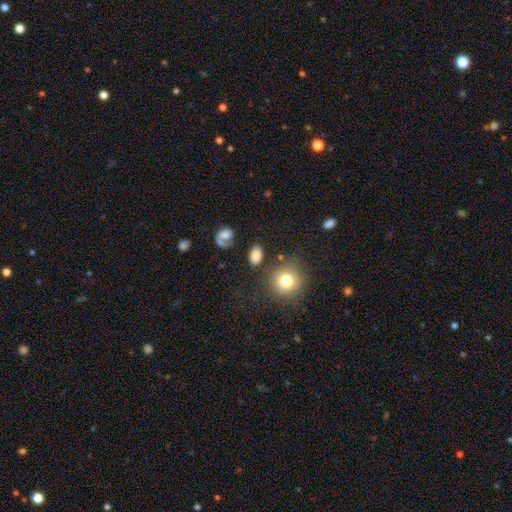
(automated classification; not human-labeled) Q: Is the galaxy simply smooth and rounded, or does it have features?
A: smooth — 81%.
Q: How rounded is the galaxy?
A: in between — 81%.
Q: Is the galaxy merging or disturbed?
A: none — 78%.